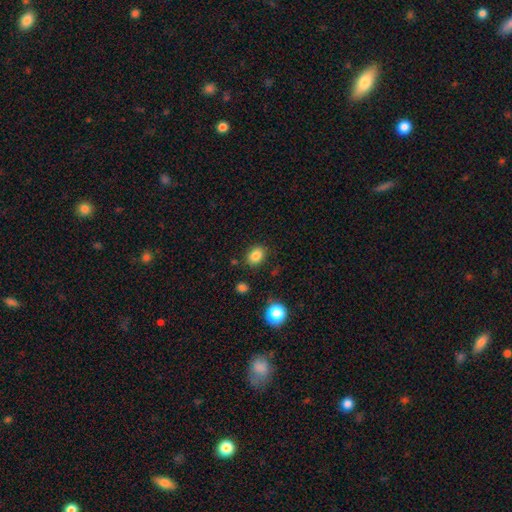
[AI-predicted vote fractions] A smooth galaxy with no disk features (84%) that is in between round and cigar-shaped (63%). Merging: none (84%).